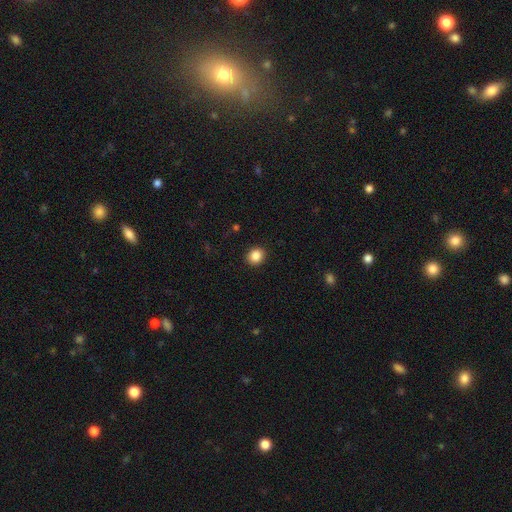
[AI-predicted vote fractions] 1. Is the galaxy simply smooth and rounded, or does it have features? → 86% smooth, 10% star or artifact, 4% featured or disk.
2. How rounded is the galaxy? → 81% round, 18% in between, 1% cigar-shaped.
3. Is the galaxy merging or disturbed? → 92% none, 5% minor disturbance, 2% major disturbance, 1% merger.